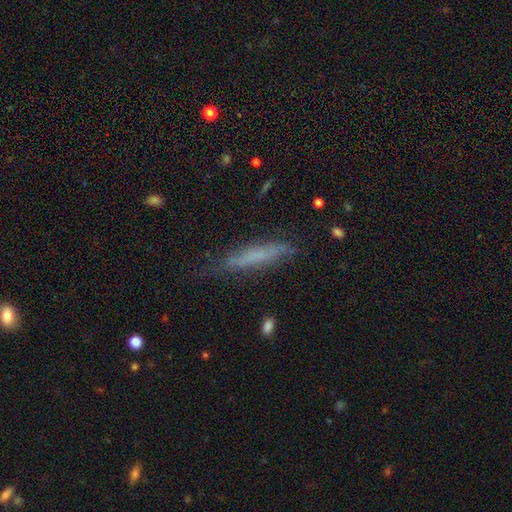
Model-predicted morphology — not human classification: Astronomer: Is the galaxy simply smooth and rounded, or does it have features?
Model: smooth — 55% (runner-up: featured or disk, 34%).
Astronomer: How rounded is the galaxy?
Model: cigar-shaped — 90%.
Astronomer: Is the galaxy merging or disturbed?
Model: none — 70%.